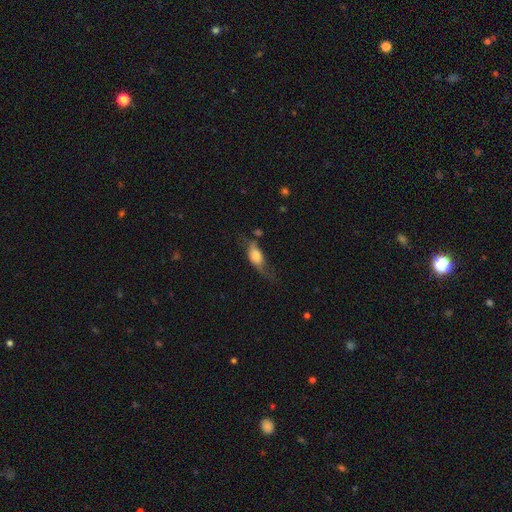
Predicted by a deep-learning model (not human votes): Q: Smooth or featured?
A: smooth (53%); runner-up: featured or disk (39%)
Q: How rounded?
A: in between (77%); runner-up: cigar-shaped (15%)
Q: Merging?
A: none (43%); runner-up: minor disturbance (28%)